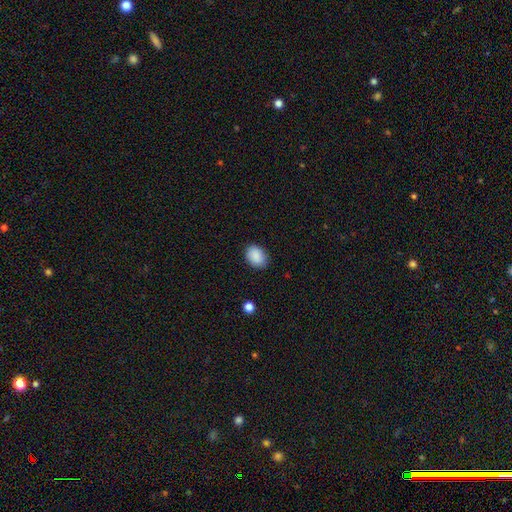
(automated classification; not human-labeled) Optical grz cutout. It shows a smooth galaxy with no disk features (89%) that is in between round and cigar-shaped (69%). Merging: none (83%).